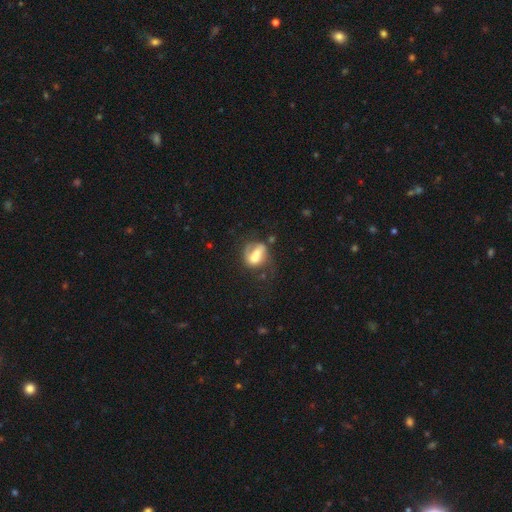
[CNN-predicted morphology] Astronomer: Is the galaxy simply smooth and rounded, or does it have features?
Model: featured or disk — 46% (runner-up: smooth, 45%).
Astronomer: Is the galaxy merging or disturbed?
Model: none — 32% (runner-up: major disturbance, 27%).